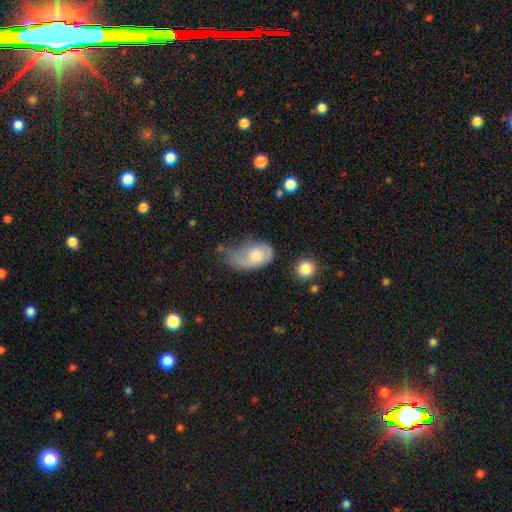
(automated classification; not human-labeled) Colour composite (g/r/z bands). It shows a smooth galaxy with no disk features (55%) that is in between round and cigar-shaped (83%). Merging: major disturbance (46%).